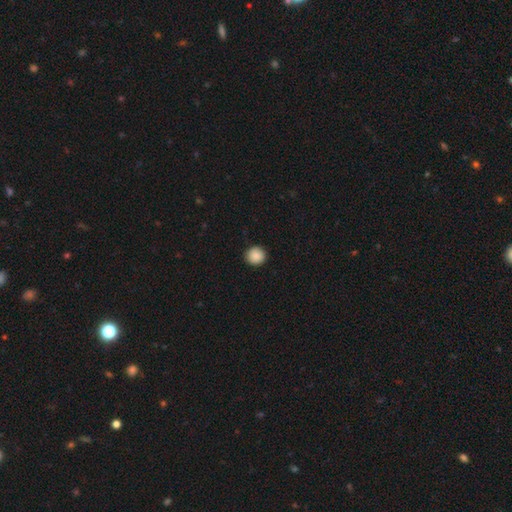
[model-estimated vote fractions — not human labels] Smooth or featured? smooth (89%)
How rounded? round (93%)
Merging? none (92%)